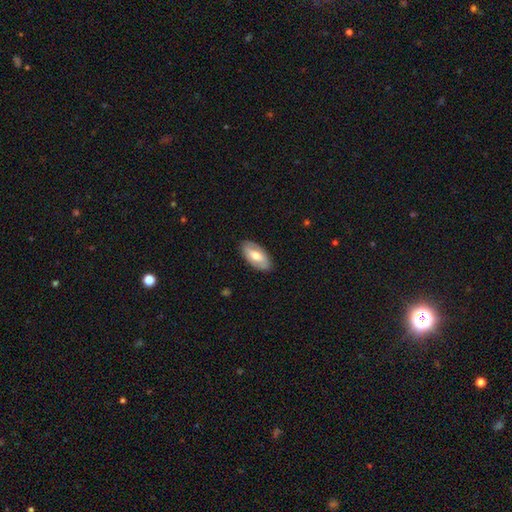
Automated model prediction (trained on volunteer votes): Overall: smooth (56%; featured or disk 39%). How rounded: in between (93%). Merging: none (86%).